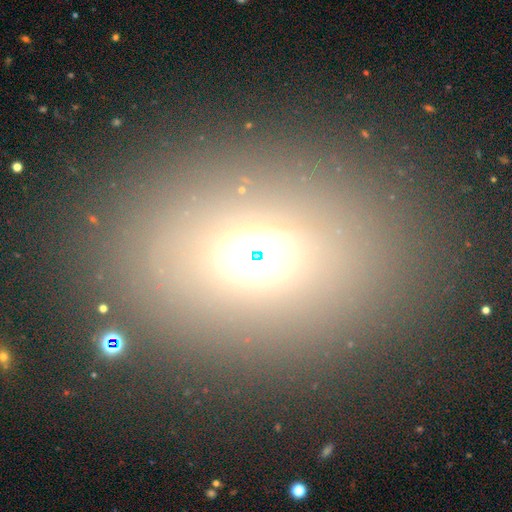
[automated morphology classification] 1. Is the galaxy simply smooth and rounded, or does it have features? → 59% smooth, 26% star or artifact, 15% featured or disk.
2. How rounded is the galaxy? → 63% in between, 35% round, 2% cigar-shaped.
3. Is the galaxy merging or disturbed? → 84% none, 9% minor disturbance, 5% major disturbance, 2% merger.